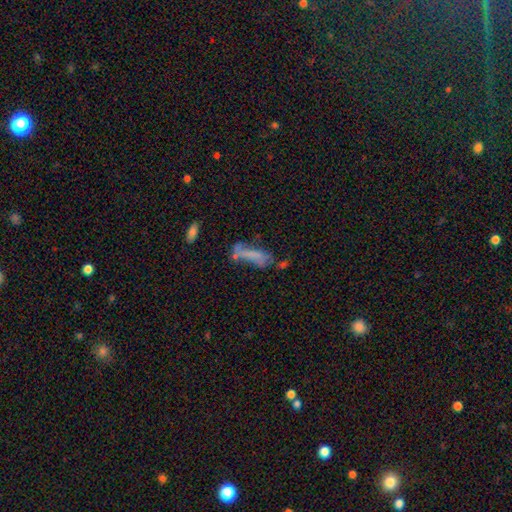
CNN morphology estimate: smooth_or_featured: smooth (p=0.57) [alt: featured or disk p=0.31]
how_rounded: cigar-shaped (p=0.52) [alt: in between p=0.45]
merging: none (p=0.32) [alt: major disturbance p=0.26]